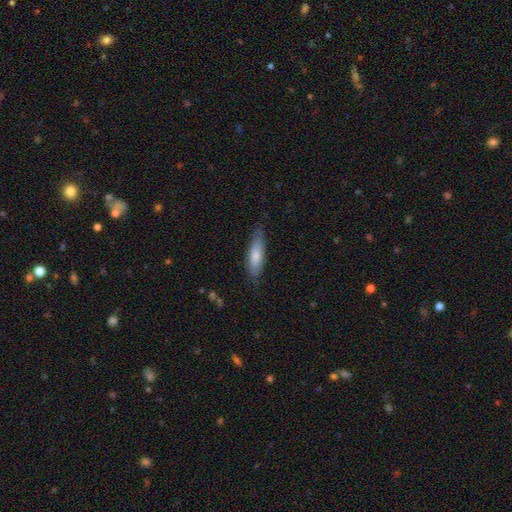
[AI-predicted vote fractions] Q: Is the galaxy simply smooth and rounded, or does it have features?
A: smooth — 73%.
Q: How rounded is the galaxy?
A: cigar-shaped — 52%.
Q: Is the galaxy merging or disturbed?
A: none — 76%.